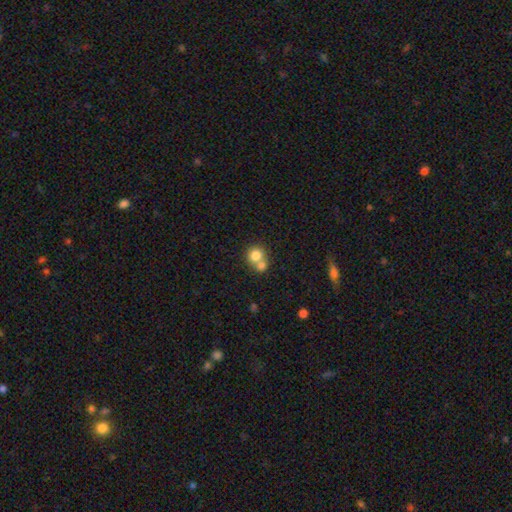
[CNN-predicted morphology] smooth-or-featured: smooth: 78% | featured or disk: 12% | star or artifact: 10%
  how-rounded: round: 83% | in between: 16% | cigar-shaped: 1%
  merging: merger: 54% | none: 38% | minor disturbance: 6% | major disturbance: 2%